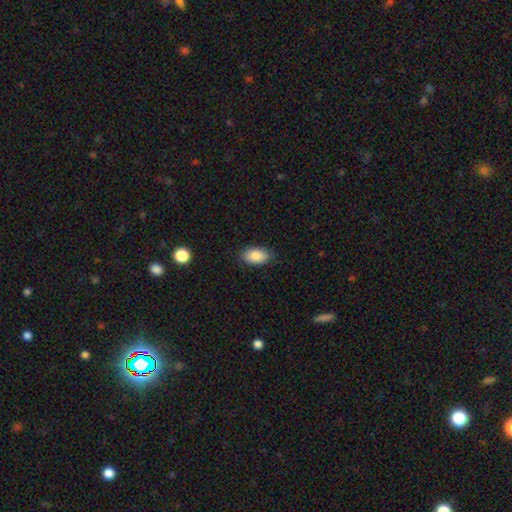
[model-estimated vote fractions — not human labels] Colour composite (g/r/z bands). It shows a smooth galaxy with no disk features (86%) that is in between round and cigar-shaped (93%). Merging: none (85%).